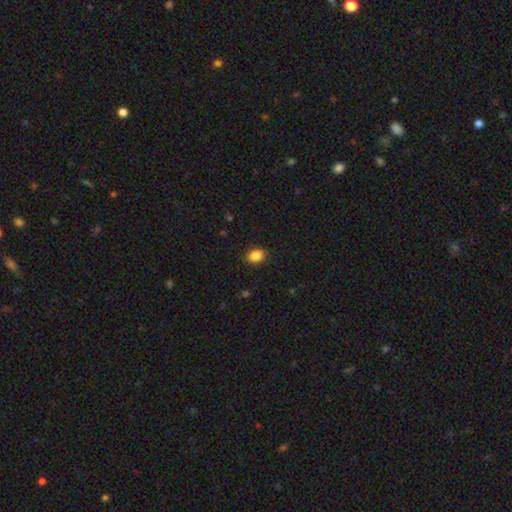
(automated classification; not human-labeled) The model was most divided on "how rounded": in between: 61%, round: 38%, cigar-shaped: 1%. More confident: merging — none (88%); smooth or featured — smooth (87%).